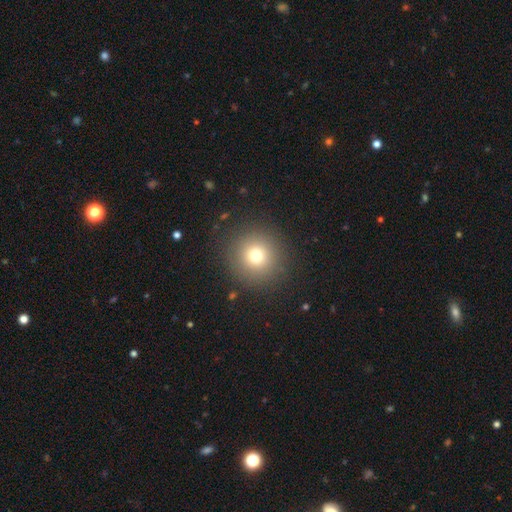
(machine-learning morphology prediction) Smooth or featured: smooth — 73% (star or artifact — 16%)
How rounded: round — 95% (in between — 4%)
Merging: none — 89% (minor disturbance — 6%)